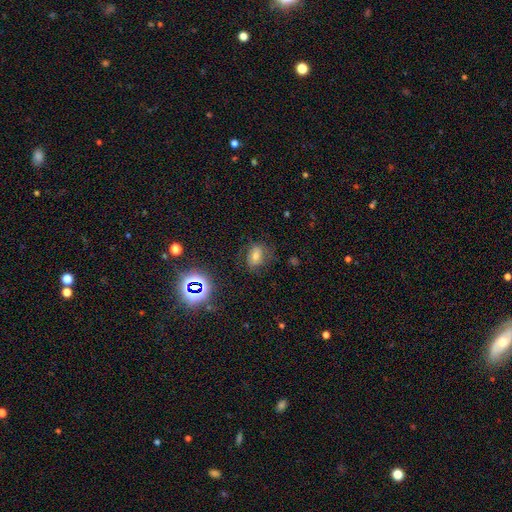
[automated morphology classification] smooth_or_featured: smooth (p=0.47) [alt: star or artifact p=0.29]
merging: none (p=0.70) [alt: minor disturbance p=0.19]